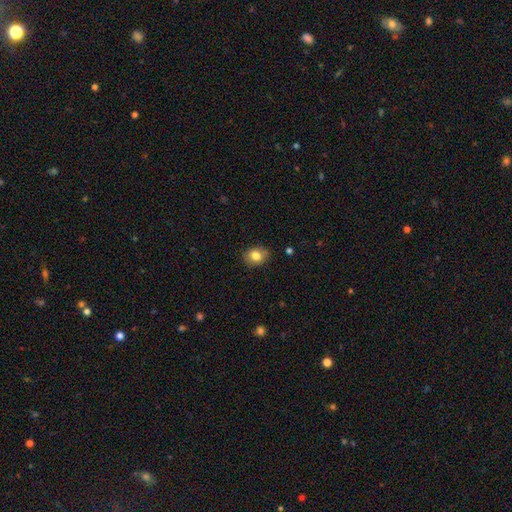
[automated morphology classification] smooth 82%, star or artifact 10%, featured or disk 9%. Down the decision tree: how rounded — round (52%); merging — none (84%).